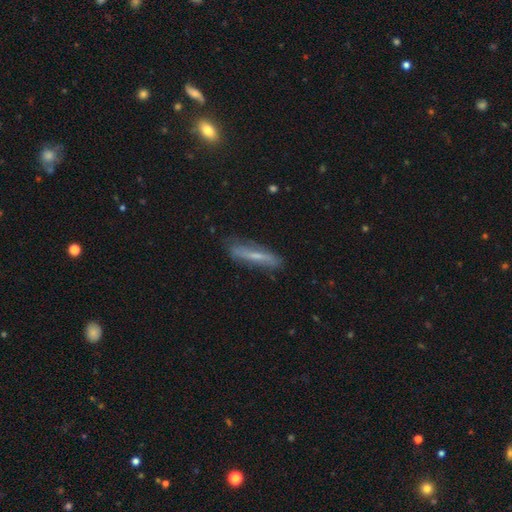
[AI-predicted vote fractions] Smooth or featured? Predicted: smooth (p=0.47). Merging? Predicted: none (p=0.76).